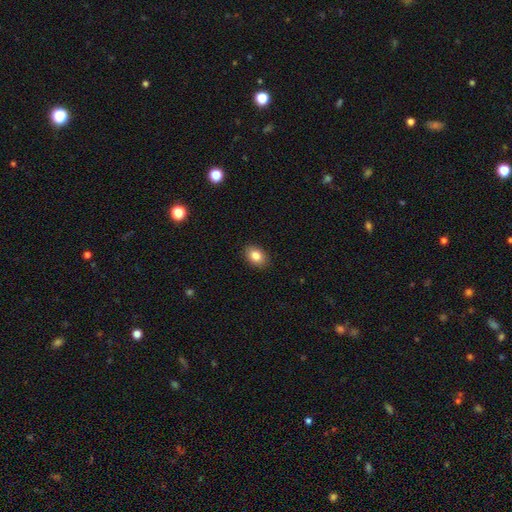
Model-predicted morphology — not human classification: Overall: smooth (85%). How rounded: in between (81%). Merging: none (89%).